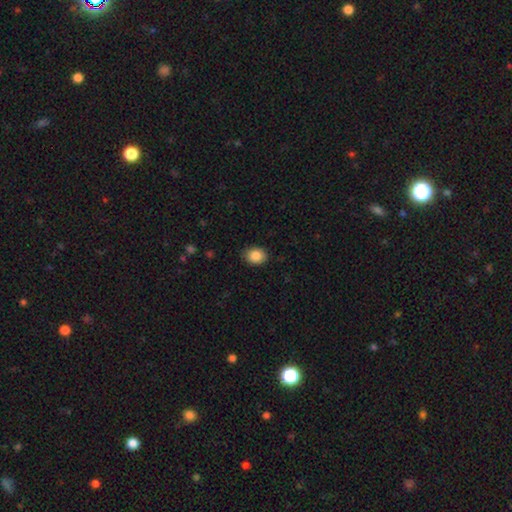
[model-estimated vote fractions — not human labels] A smooth galaxy with no disk features (87%) that is in between round and cigar-shaped (60%). Merging: none (85%).